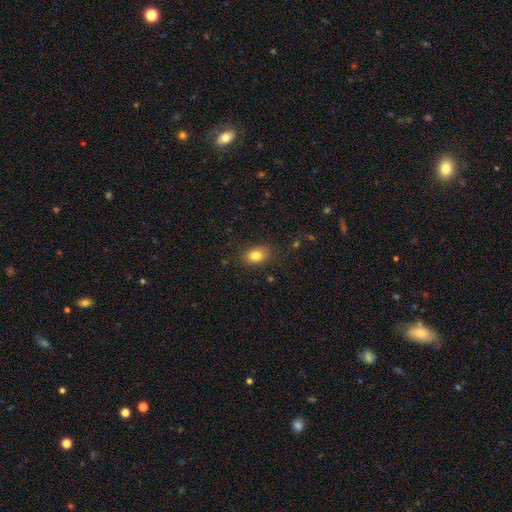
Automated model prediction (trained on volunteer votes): This appears to be a smooth galaxy with no disk features (83%) that is in between round and cigar-shaped (78%). Merging: none (83%).